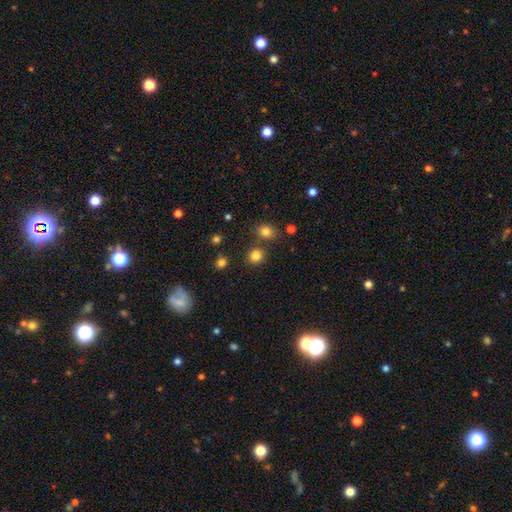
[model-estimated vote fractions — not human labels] A smooth galaxy with no disk features (82%) that is round (84%). Merging: none (80%).